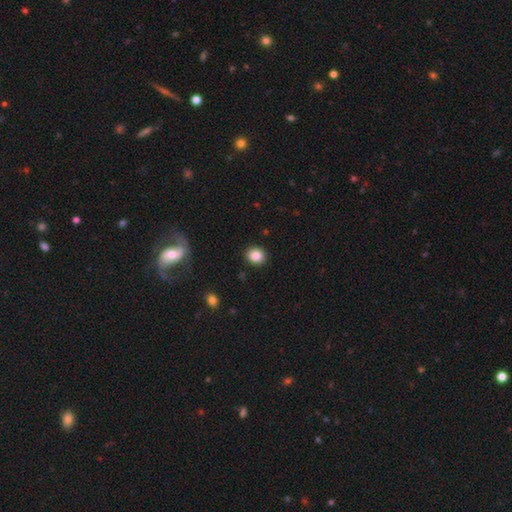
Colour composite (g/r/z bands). It shows a smooth galaxy with no disk features (87%) that is round (91%). Merging: none (97%).